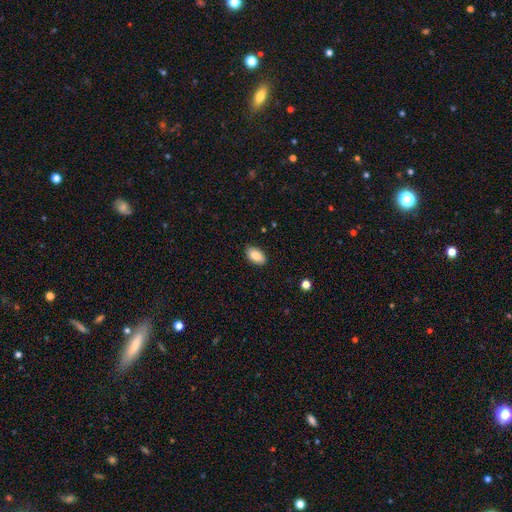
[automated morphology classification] Smooth or featured? smooth (88%)
How rounded? in between (94%)
Merging? none (88%)